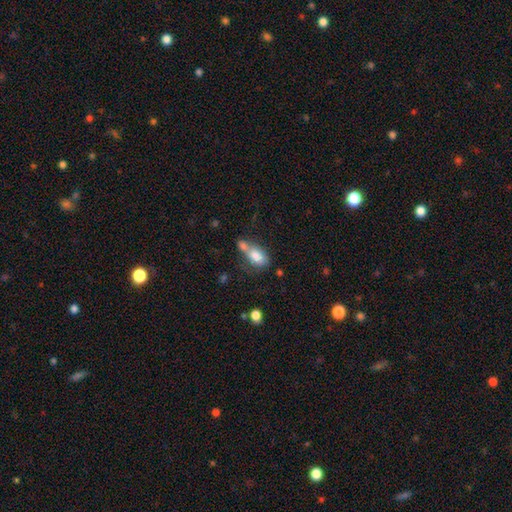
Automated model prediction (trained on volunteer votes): This is likely a smooth galaxy (79%). How rounded: clearly in between (85%). Merging: possibly merger (45%).